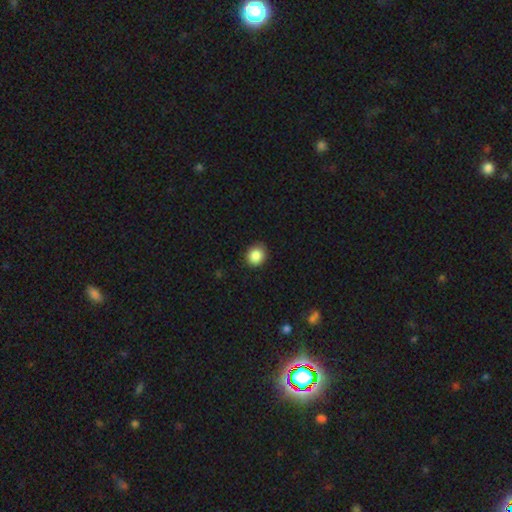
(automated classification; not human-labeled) Q: Smooth or featured?
A: smooth (87%); runner-up: star or artifact (9%)
Q: How rounded?
A: round (81%); runner-up: in between (18%)
Q: Merging?
A: none (85%); runner-up: minor disturbance (12%)